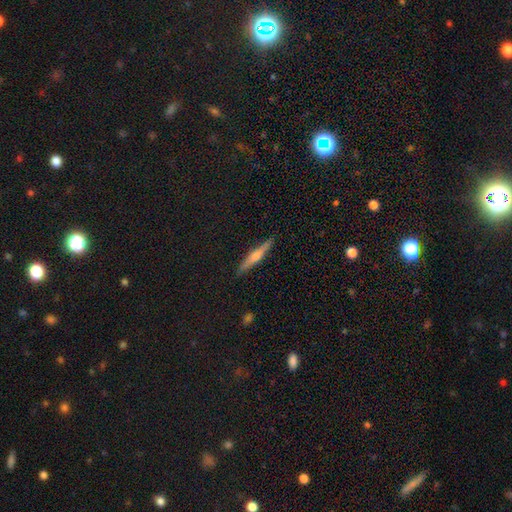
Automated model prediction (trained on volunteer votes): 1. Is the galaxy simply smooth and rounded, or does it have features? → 61% featured or disk, 31% smooth, 8% star or artifact.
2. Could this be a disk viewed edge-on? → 97% yes, 3% no.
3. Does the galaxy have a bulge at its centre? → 80% rounded, 11% none, 9% boxy.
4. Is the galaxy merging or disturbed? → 89% none, 8% minor disturbance, 2% major disturbance, 1% merger.